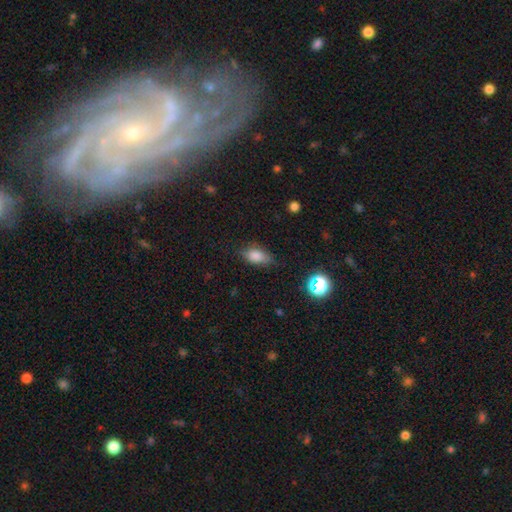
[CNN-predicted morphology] type=smooth (81%); roundness=in between (86%); merging=none (74%).